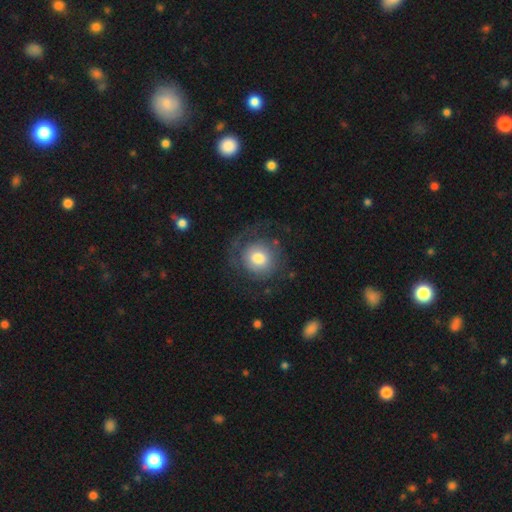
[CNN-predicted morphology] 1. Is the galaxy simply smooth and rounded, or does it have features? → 50% smooth, 30% star or artifact, 20% featured or disk.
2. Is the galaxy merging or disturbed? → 85% none, 9% minor disturbance, 4% major disturbance, 2% merger.